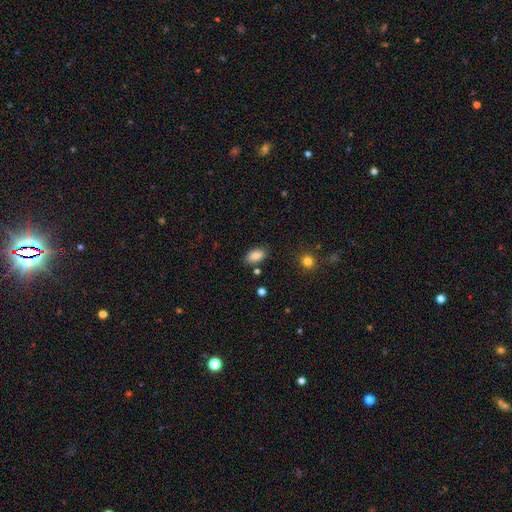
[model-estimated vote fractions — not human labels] smooth-or-featured: smooth: 86% | star or artifact: 8% | featured or disk: 6%
  how-rounded: in between: 92% | round: 5% | cigar-shaped: 3%
  merging: none: 83% | minor disturbance: 11% | major disturbance: 3% | merger: 3%